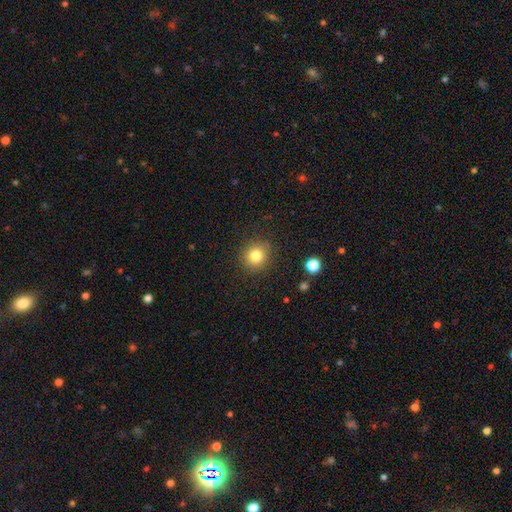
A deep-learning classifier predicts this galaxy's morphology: smooth_or_featured: smooth (p=0.81) [alt: star or artifact p=0.12]
how_rounded: round (p=0.88) [alt: in between p=0.11]
merging: none (p=0.88) [alt: minor disturbance p=0.08]